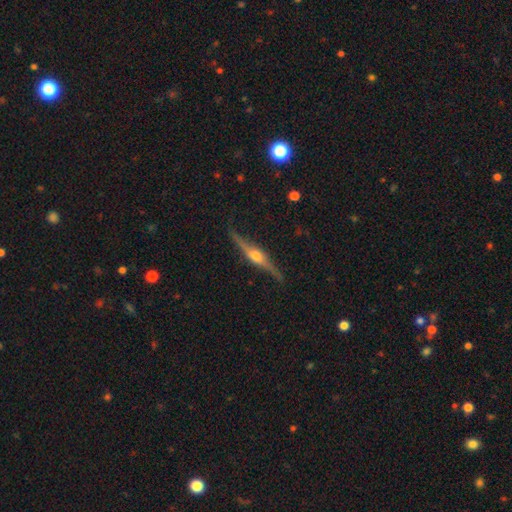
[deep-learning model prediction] smooth-or-featured: featured or disk: 82% | smooth: 12% | star or artifact: 5%
  disk-edge-on: yes: 97% | no: 3%
    edge-on-bulge: rounded: 92% | boxy: 5% | none: 3%
  merging: none: 85% | minor disturbance: 11% | major disturbance: 2% | merger: 1%